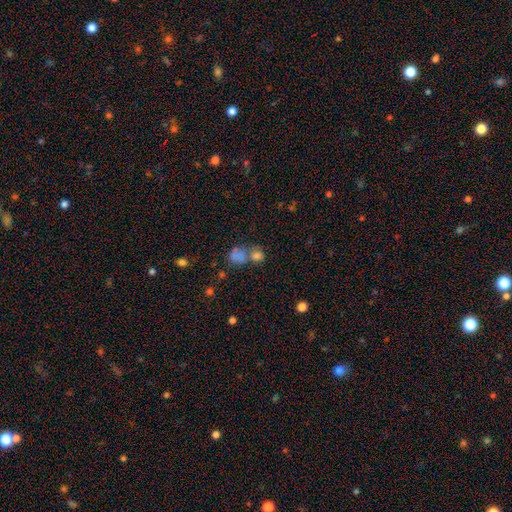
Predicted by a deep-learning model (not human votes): A smooth galaxy with no disk features (62%) that is round (74%).

Vote fractions:
- Smooth or featured? smooth: 62% / star or artifact: 26% / featured or disk: 12%
- How rounded? round: 74% / in between: 24% / cigar-shaped: 2%
- Merging? none: 45% / merger: 38% / minor disturbance: 10% / major disturbance: 7%